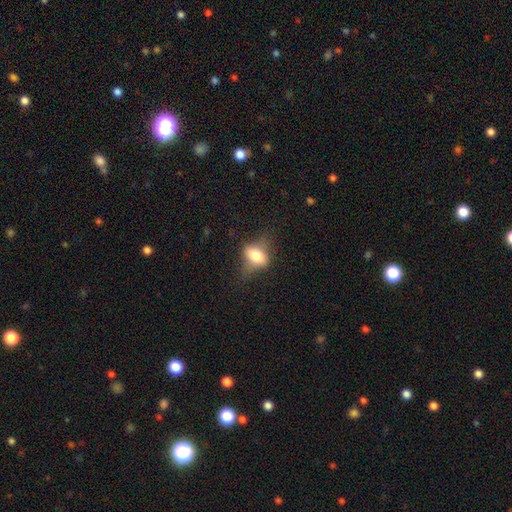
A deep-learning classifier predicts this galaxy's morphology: The model was most divided on "merging": none: 56%, minor disturbance: 26%, major disturbance: 16%, merger: 2%. More confident: how rounded — in between (76%); smooth or featured — smooth (65%).